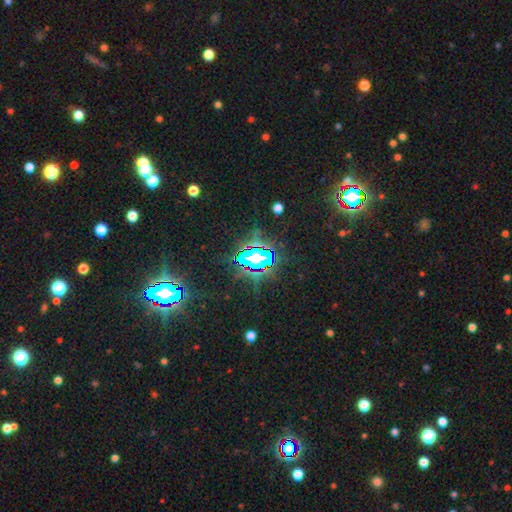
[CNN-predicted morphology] This is likely a star or artifact rather than a galaxy (74%).